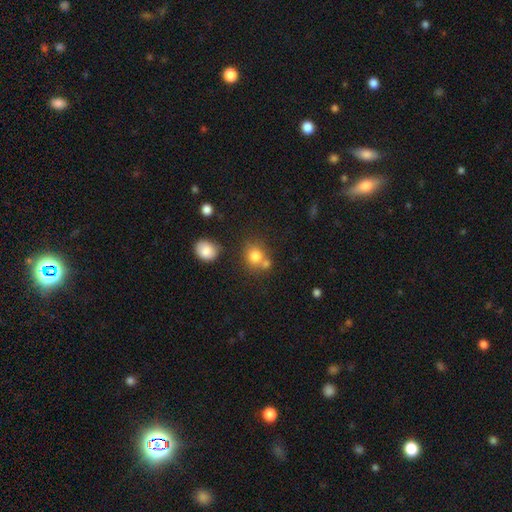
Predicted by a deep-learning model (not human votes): The model was most divided on "merging": none: 59%, merger: 27%, minor disturbance: 10%, major disturbance: 4%. More confident: how rounded — round (79%); smooth or featured — smooth (75%).